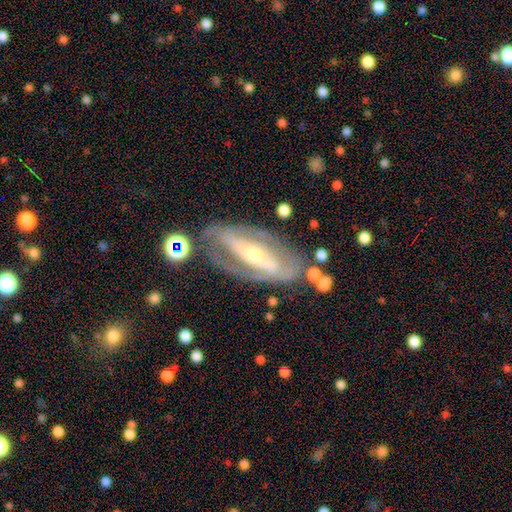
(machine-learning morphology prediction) Smooth or featured? featured or disk (80%)
Edge-on disk? no (86%)
Bar? strong (56%)
Spiral arms? yes (69%)
Bulge size? small (47%)
Merging? none (71%)